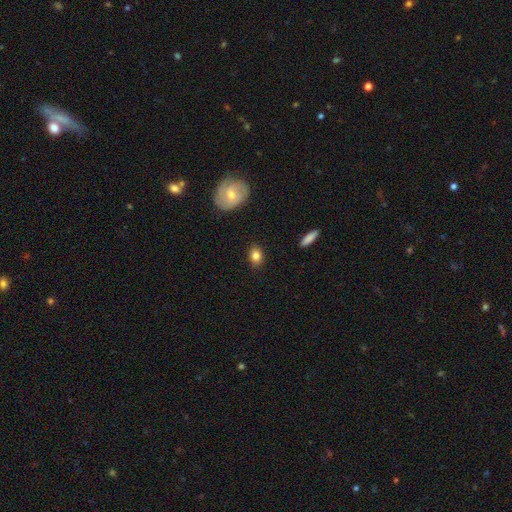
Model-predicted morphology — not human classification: Smooth or featured: smooth — 82% (featured or disk — 9%)
How rounded: in between — 65% (round — 33%)
Merging: none — 85% (minor disturbance — 11%)